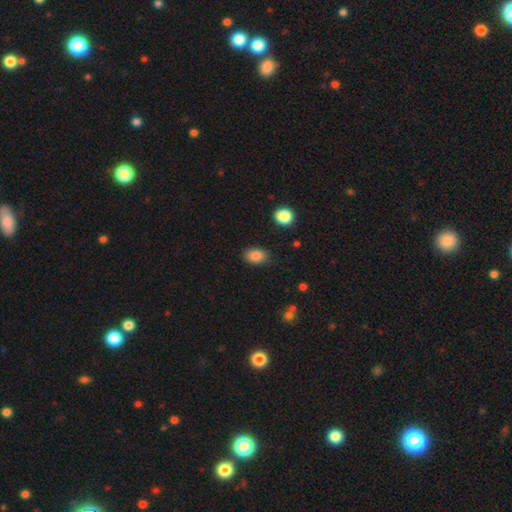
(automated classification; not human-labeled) A smooth galaxy with no disk features (87%) that is in between round and cigar-shaped (83%).

Vote fractions:
- Smooth or featured? smooth: 87% / star or artifact: 9% / featured or disk: 5%
- How rounded? in between: 83% / round: 16% / cigar-shaped: 1%
- Merging? none: 82% / minor disturbance: 14% / major disturbance: 3% / merger: 2%